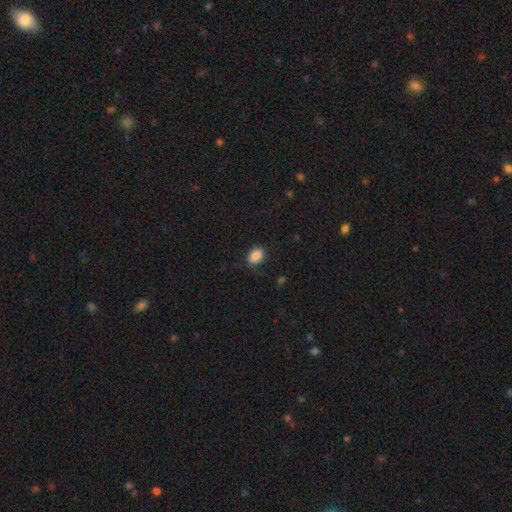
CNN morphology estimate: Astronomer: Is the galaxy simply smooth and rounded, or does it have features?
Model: smooth — 87%.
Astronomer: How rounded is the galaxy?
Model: in between — 82%.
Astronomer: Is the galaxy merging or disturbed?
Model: none — 81%.